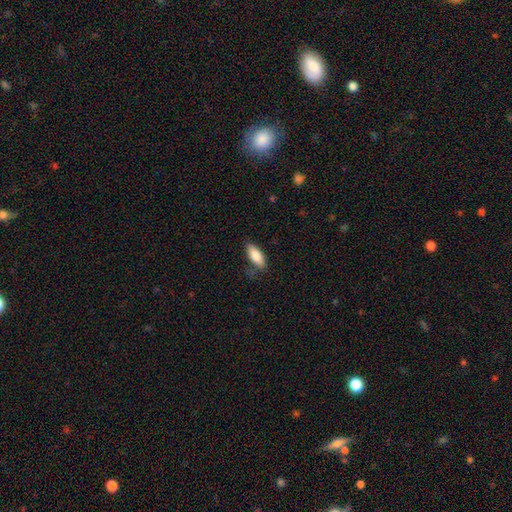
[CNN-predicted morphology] type=smooth (83%); roundness=in between (77%); merging=none (73%).